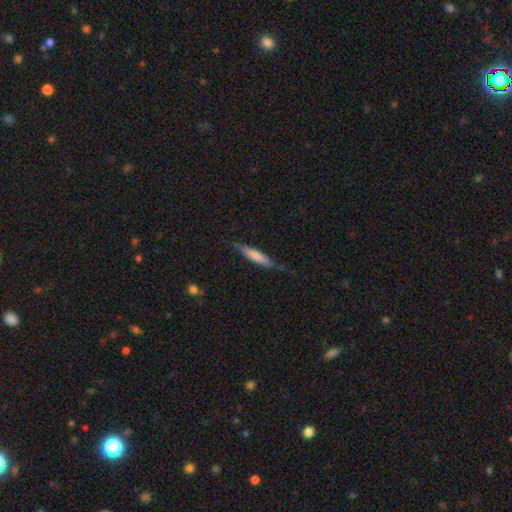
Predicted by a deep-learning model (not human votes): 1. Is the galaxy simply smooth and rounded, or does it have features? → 61% smooth, 34% featured or disk, 5% star or artifact.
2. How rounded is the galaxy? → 89% cigar-shaped, 10% in between, 2% round.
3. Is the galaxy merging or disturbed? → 72% none, 21% minor disturbance, 5% major disturbance, 2% merger.